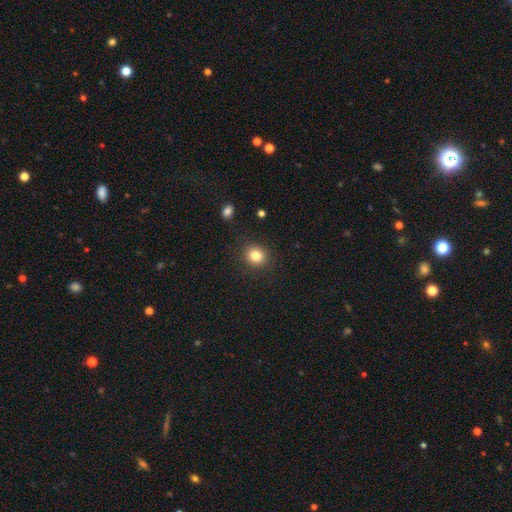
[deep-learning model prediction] smooth 83%, star or artifact 11%, featured or disk 6%. Down the decision tree: how rounded — round (84%); merging — none (89%).